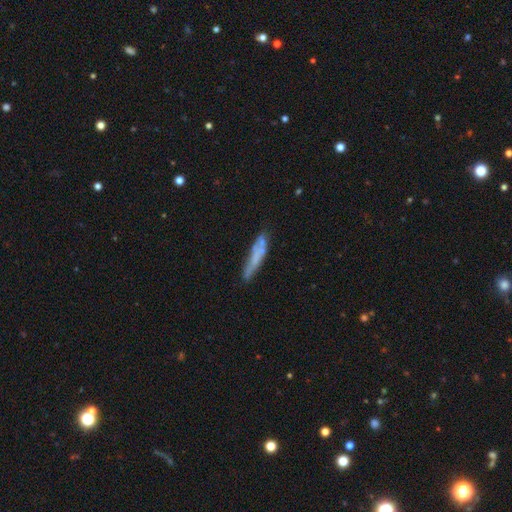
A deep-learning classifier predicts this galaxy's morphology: Smooth or featured? Predicted: smooth (p=0.52). How rounded? Predicted: cigar-shaped (p=0.87). Merging? Predicted: none (p=0.63).